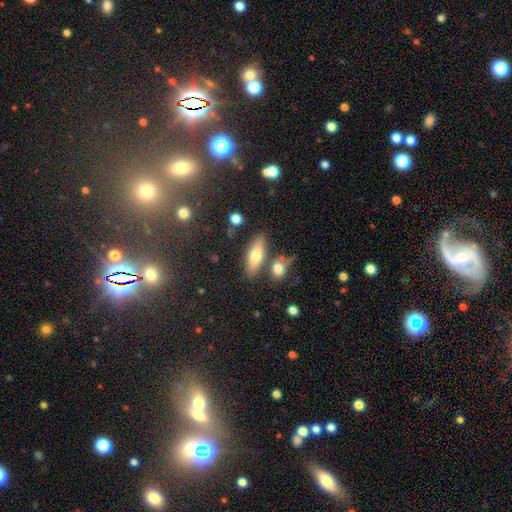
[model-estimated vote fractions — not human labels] Smooth or featured? smooth (68%)
How rounded? in between (66%)
Merging? none (72%)